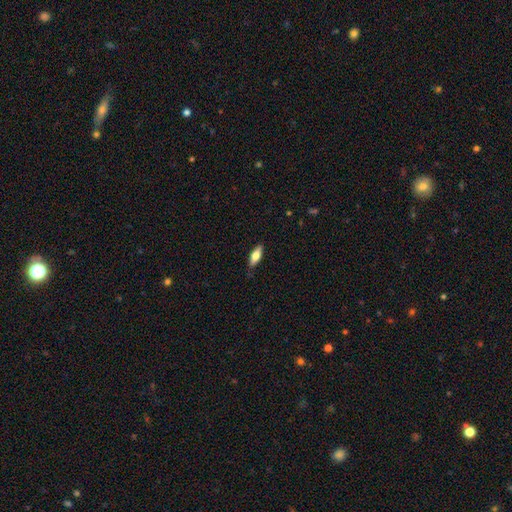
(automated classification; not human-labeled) Smooth or featured?
  - smooth: 64% *
  - featured or disk: 30%
  - star or artifact: 6%
How rounded?
  - in between: 61% *
  - cigar-shaped: 36%
  - round: 2%
Merging?
  - none: 85% *
  - minor disturbance: 12%
  - major disturbance: 2%
  - merger: 1%